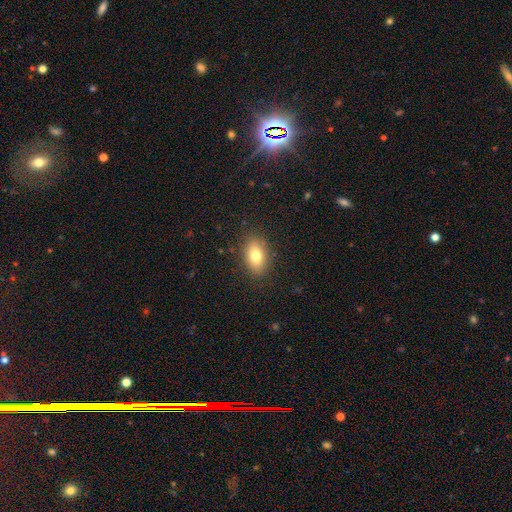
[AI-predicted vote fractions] A smooth galaxy with no disk features (78%) that is in between round and cigar-shaped (88%).

Vote fractions:
- Smooth or featured? smooth: 78% / featured or disk: 14% / star or artifact: 8%
- How rounded? in between: 88% / round: 9% / cigar-shaped: 3%
- Merging? none: 86% / minor disturbance: 10% / major disturbance: 3% / merger: 1%